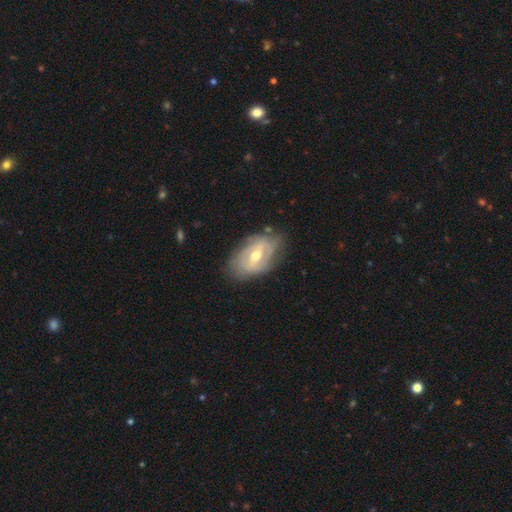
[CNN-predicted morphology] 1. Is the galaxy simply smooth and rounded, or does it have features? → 74% featured or disk, 20% smooth, 6% star or artifact.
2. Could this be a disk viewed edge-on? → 94% no, 6% yes.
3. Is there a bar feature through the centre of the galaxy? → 49% weak, 32% strong, 19% no.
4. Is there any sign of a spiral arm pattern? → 75% yes, 25% no.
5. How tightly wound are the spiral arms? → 54% tight, 32% medium, 14% loose.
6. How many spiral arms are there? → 48% 2, 35% can't tell, 8% 3, 4% 1, 3% 4, 2% more than 4.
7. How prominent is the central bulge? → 66% moderate, 29% small, 3% large, 1% none, 1% dominant.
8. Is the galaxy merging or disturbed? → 71% none, 21% minor disturbance, 6% major disturbance, 2% merger.